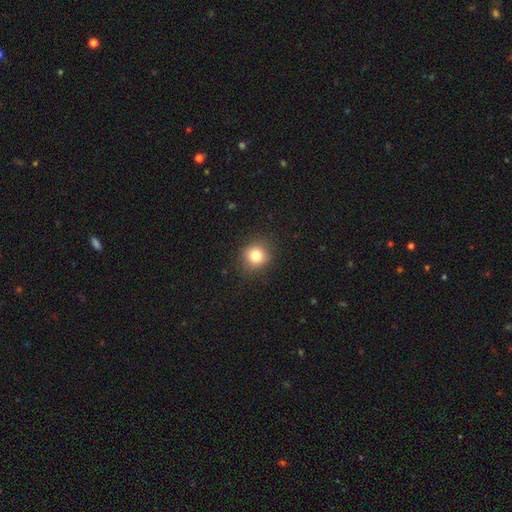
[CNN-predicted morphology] Overall: smooth (80%). How rounded: round (87%). Merging: none (88%).